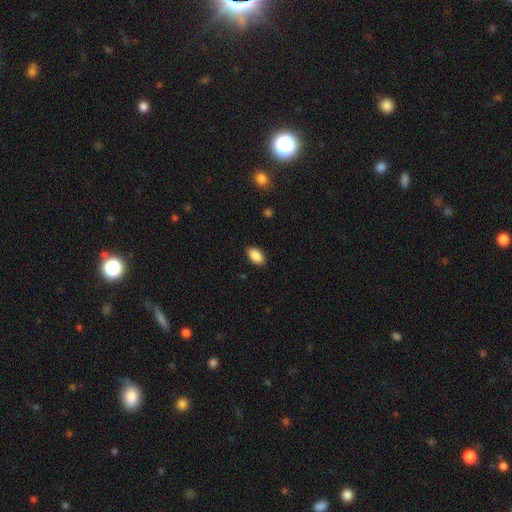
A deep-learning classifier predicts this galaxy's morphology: Q: Smooth or featured?
A: smooth (89%); runner-up: star or artifact (7%)
Q: How rounded?
A: in between (94%); runner-up: round (4%)
Q: Merging?
A: none (87%); runner-up: minor disturbance (10%)